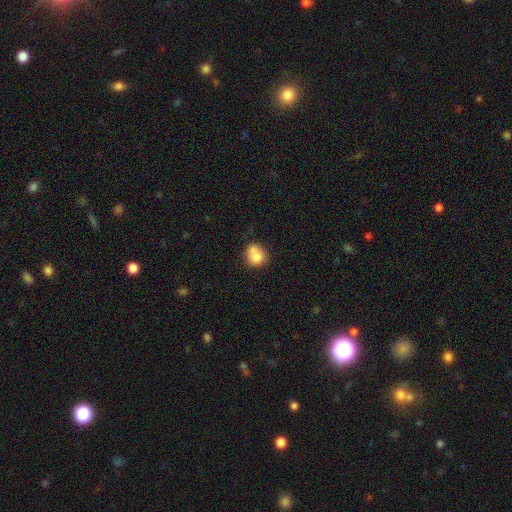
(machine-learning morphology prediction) This is likely a smooth galaxy (78%). How rounded: likely round (70%). Merging: marginally none (43%).